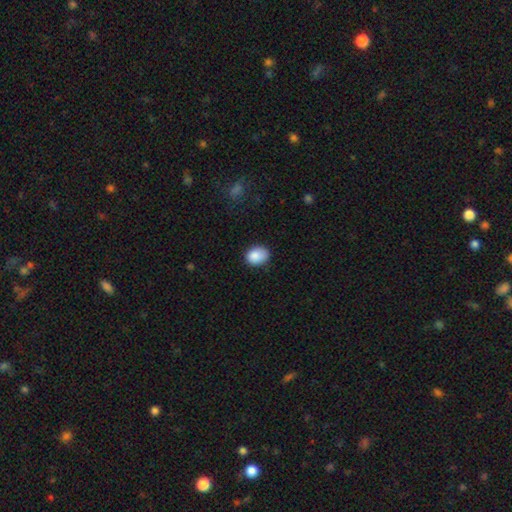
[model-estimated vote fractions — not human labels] A smooth galaxy with no disk features (87%) that is in between round and cigar-shaped (59%). Merging: none (75%).